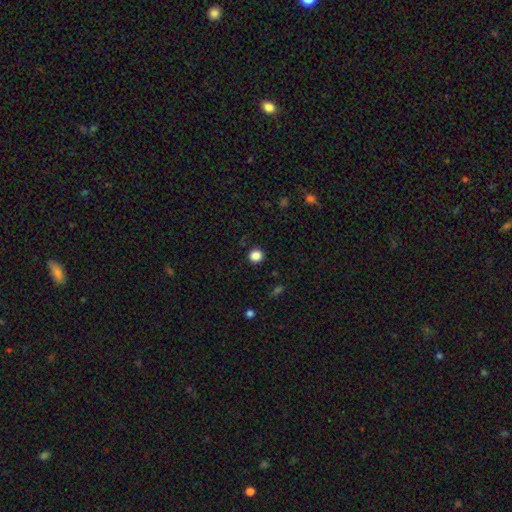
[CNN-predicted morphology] type=smooth (86%); roundness=round (94%); merging=none (92%).